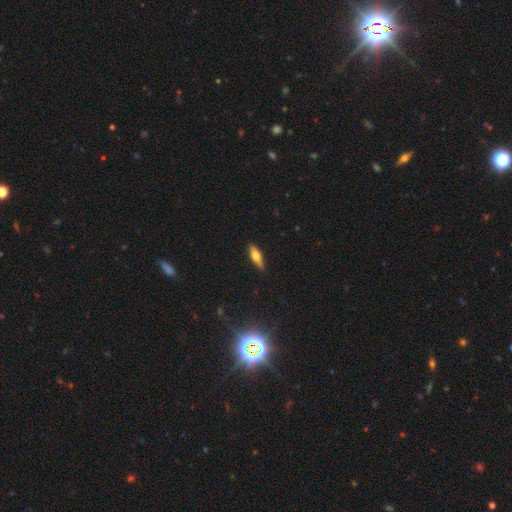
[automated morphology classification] Overall: smooth (60%; featured or disk 33%). How rounded: in between (52%; cigar-shaped 45%). Merging: none (86%).